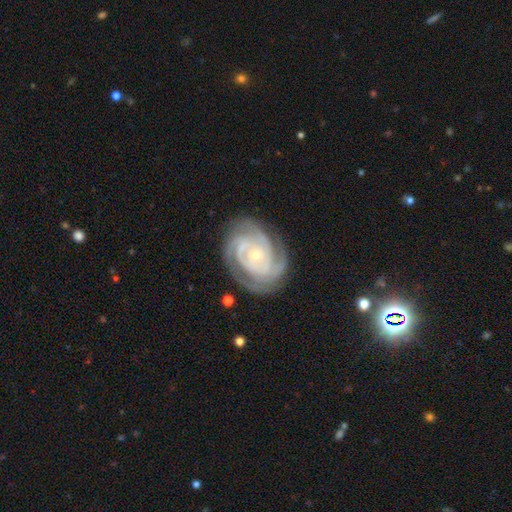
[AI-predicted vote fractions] Smooth or featured? Predicted: featured or disk (p=0.89). Edge-on disk? Predicted: no (p=0.97). Bar? Predicted: no (p=0.73). Spiral arms? Predicted: yes (p=0.97). Spiral winding? Predicted: tight (p=0.73). Spiral arm count? Predicted: 3 (p=0.36). Bulge size? Predicted: small (p=0.73). Merging? Predicted: none (p=0.76).